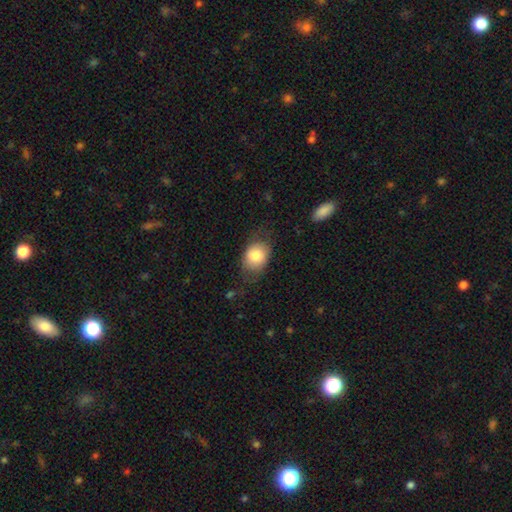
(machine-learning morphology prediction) The model was most divided on "how rounded": in between: 62%, round: 37%, cigar-shaped: 1%. More confident: smooth or featured — smooth (81%); merging — none (64%).